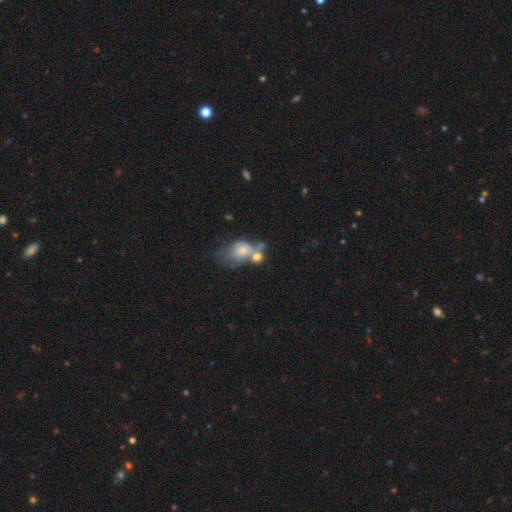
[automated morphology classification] The model was most divided on "merging": merger: 42%, none: 22%, major disturbance: 20%, minor disturbance: 16%. More confident: how rounded — in between (62%); smooth or featured — smooth (61%).